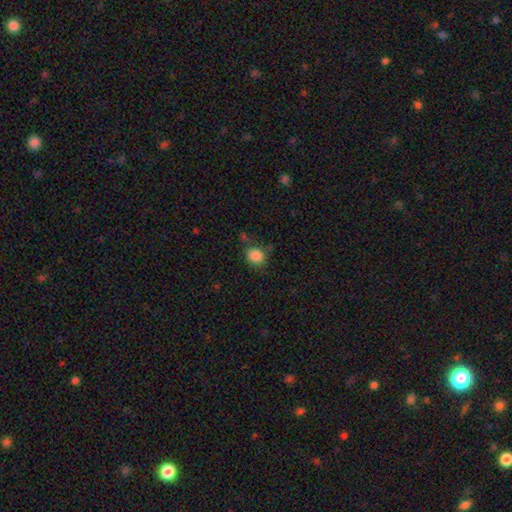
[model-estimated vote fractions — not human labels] smooth_or_featured: smooth (p=0.86) [alt: star or artifact p=0.10]
how_rounded: round (p=0.75) [alt: in between p=0.24]
merging: none (p=0.69) [alt: minor disturbance p=0.19]